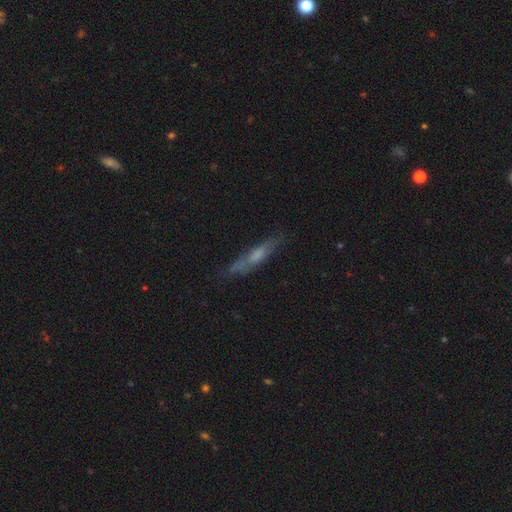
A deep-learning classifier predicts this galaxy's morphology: Overall: smooth (45%, tied with featured or disk). Merging: none (68%).